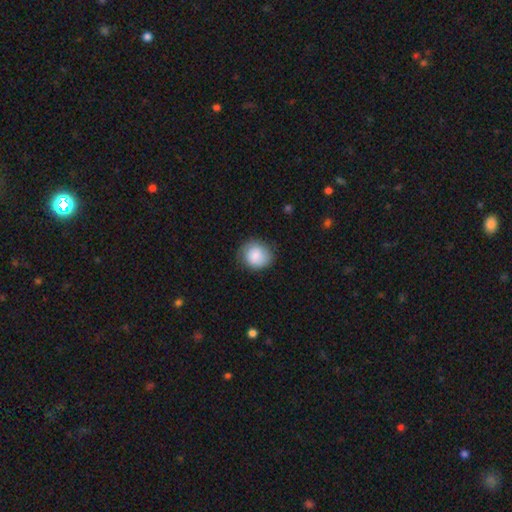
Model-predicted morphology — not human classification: smooth 82%, featured or disk 11%, star or artifact 7%. Down the decision tree: how rounded — round (82%); merging — none (78%).